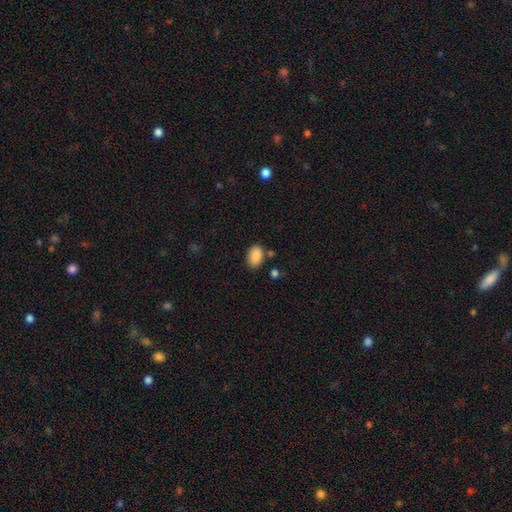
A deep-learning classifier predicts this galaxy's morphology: This appears to be a smooth galaxy with no disk features (89%) that is in between round and cigar-shaped (89%). Merging: none (78%).